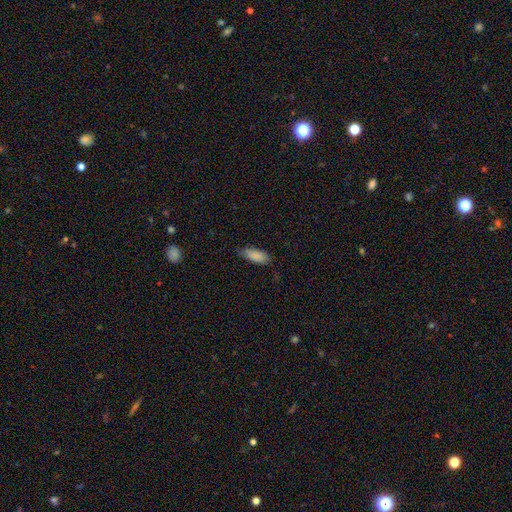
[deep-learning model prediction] smooth-or-featured: smooth: 87% | star or artifact: 7% | featured or disk: 6%
  how-rounded: in between: 81% | cigar-shaped: 17% | round: 2%
  merging: none: 71% | minor disturbance: 24% | major disturbance: 4% | merger: 1%